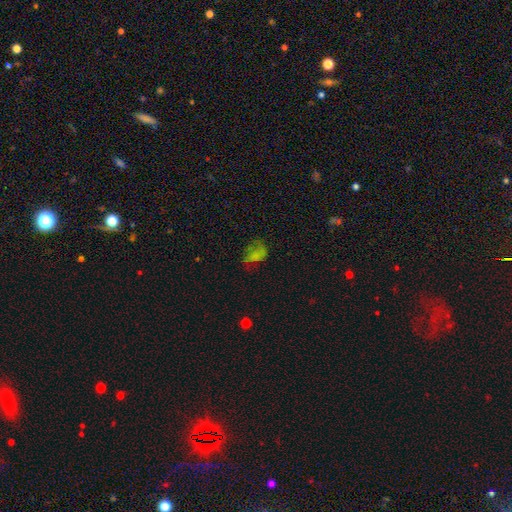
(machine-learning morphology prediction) This appears to be a smooth galaxy with no disk features (48%). Merging: none (40%).